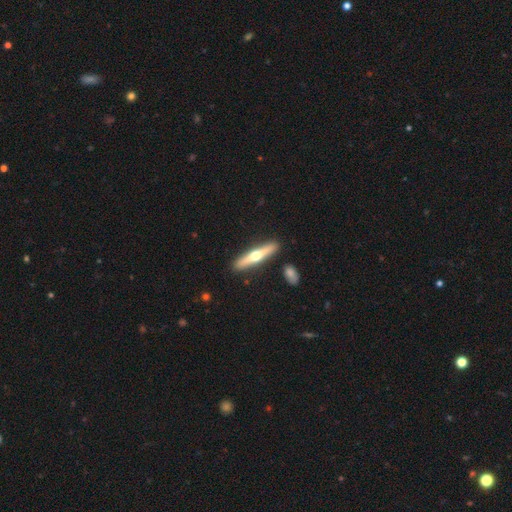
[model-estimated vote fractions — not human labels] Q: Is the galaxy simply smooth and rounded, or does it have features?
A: featured or disk — 62%.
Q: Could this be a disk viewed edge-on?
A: yes — 95%.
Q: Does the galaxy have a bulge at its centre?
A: rounded — 94%.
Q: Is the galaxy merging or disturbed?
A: none — 89%.